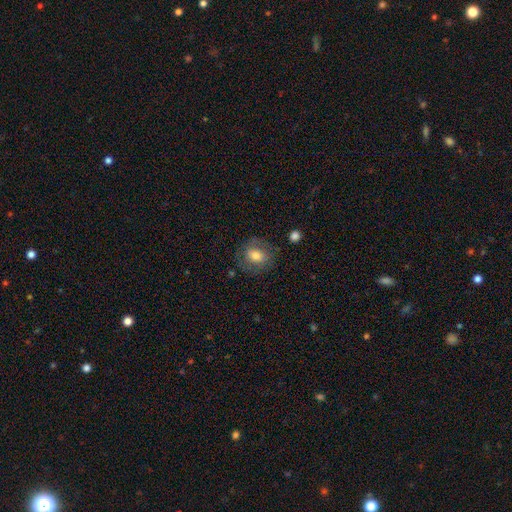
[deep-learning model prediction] Smooth or featured? Predicted: smooth (p=0.68). How rounded? Predicted: round (p=0.65). Merging? Predicted: none (p=0.76).